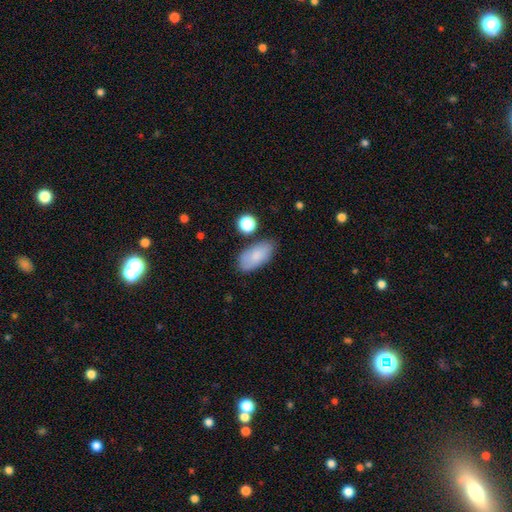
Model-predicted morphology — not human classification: The model was most divided on "merging": none: 73%, minor disturbance: 18%, merger: 5%, major disturbance: 4%. More confident: how rounded — in between (92%); smooth or featured — smooth (82%).